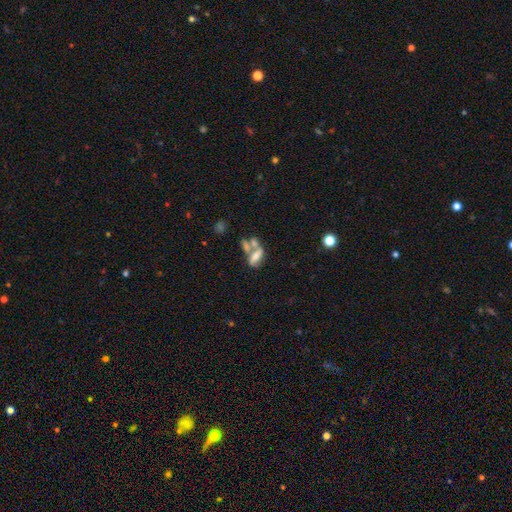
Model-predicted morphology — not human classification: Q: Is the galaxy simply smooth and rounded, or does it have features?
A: smooth — 51%.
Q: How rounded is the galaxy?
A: in between — 77%.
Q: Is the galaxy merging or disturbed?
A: merger — 55%.